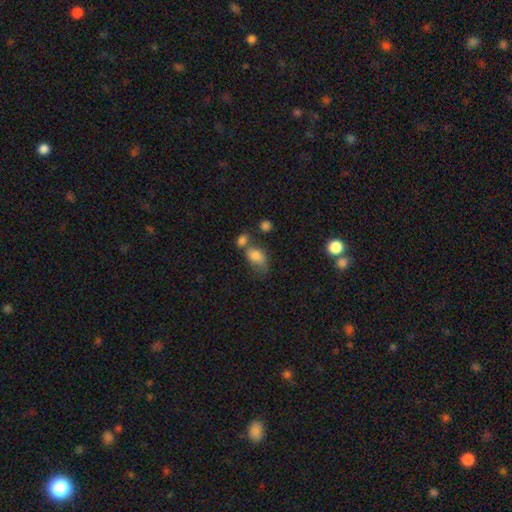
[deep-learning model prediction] Smooth or featured: smooth — 79% (featured or disk — 11%)
How rounded: in between — 83% (round — 15%)
Merging: merger — 34% (none — 32%)